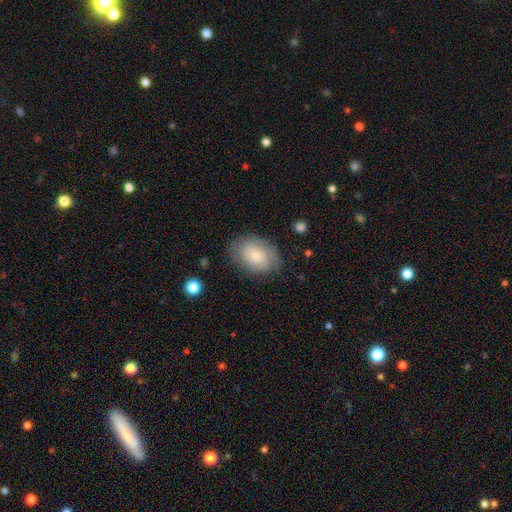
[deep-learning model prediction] Smooth or featured? Predicted: smooth (p=0.65). How rounded? Predicted: in between (p=0.83). Merging? Predicted: none (p=0.76).